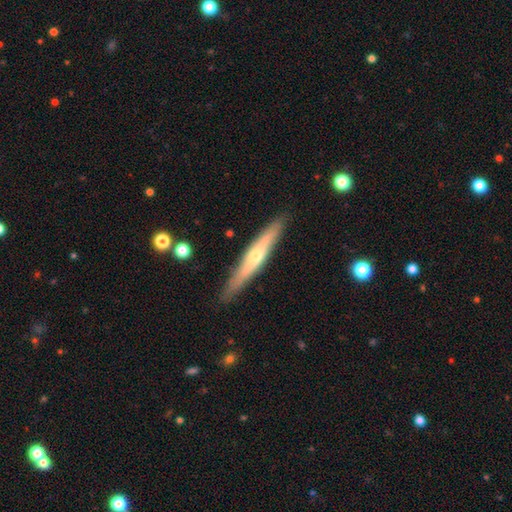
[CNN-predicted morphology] smooth-or-featured: featured or disk: 59% | smooth: 35% | star or artifact: 6%
  disk-edge-on: yes: 93% | no: 7%
    edge-on-bulge: rounded: 78% | none: 19% | boxy: 3%
  merging: none: 88% | minor disturbance: 9% | major disturbance: 2% | merger: 1%